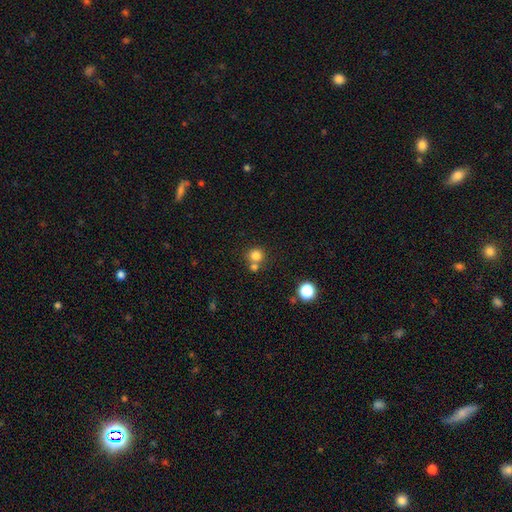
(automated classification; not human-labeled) Q: Smooth or featured?
A: smooth (79%); runner-up: star or artifact (13%)
Q: How rounded?
A: round (90%); runner-up: in between (9%)
Q: Merging?
A: none (59%); runner-up: merger (31%)